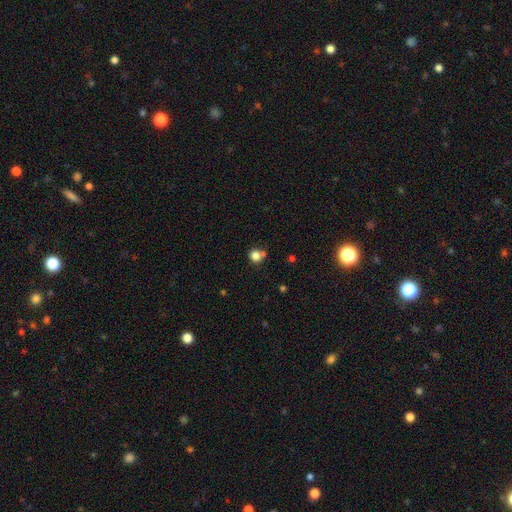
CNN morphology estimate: The model was most divided on "merging": none: 65%, merger: 19%, minor disturbance: 12%, major disturbance: 4%. More confident: how rounded — round (87%); smooth or featured — smooth (81%).